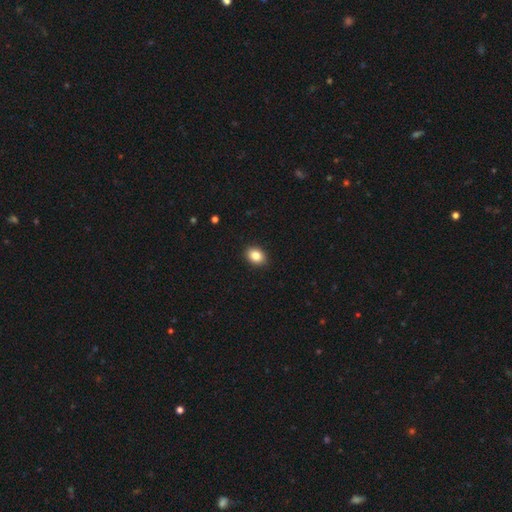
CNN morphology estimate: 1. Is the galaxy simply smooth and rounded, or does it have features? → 85% smooth, 9% star or artifact, 6% featured or disk.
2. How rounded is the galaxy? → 64% in between, 35% round, 1% cigar-shaped.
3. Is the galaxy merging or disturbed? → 90% none, 7% minor disturbance, 2% major disturbance, 1% merger.